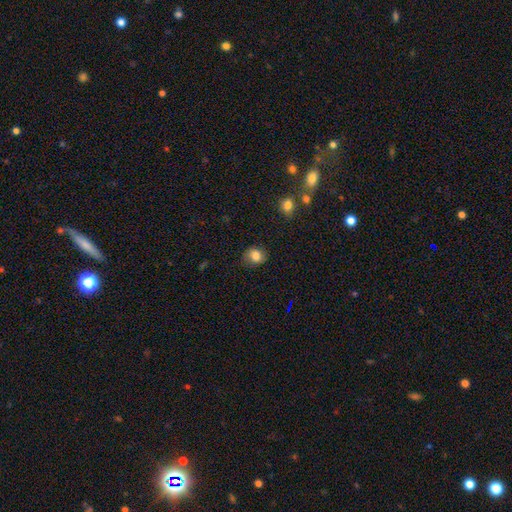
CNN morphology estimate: Smooth or featured: smooth — 81% (star or artifact — 10%)
How rounded: round — 70% (in between — 29%)
Merging: none — 78% (minor disturbance — 17%)